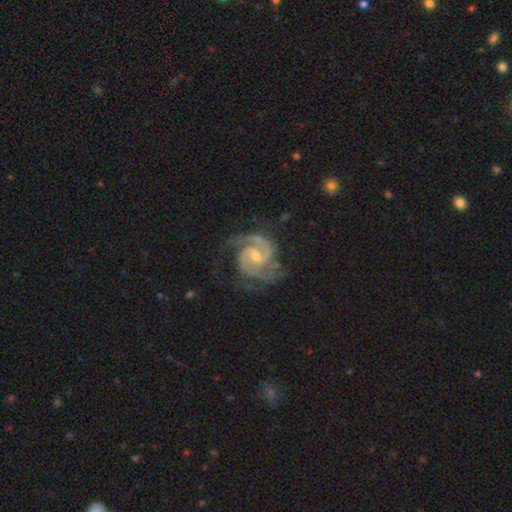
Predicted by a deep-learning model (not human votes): Smooth or featured? featured or disk (93%)
Edge-on disk? no (98%)
Bar? weak (50%)
Spiral arms? yes (99%)
Spiral winding? medium (47%, tied with tight)
Spiral arm count? 2 (81%)
Bulge size? small (56%)
Merging? none (72%)